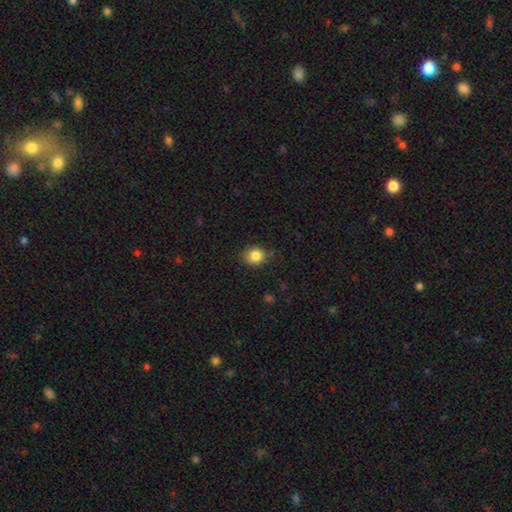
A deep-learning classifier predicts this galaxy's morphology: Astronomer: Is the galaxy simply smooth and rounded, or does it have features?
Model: smooth — 85%.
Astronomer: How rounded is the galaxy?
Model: round — 79%.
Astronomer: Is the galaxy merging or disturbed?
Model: none — 83%.